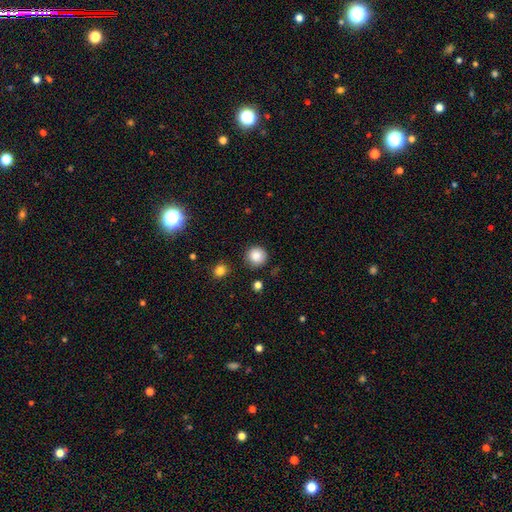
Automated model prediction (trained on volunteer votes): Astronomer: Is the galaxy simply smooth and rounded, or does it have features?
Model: smooth — 86%.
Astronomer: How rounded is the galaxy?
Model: round — 94%.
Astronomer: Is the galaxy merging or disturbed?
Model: none — 87%.